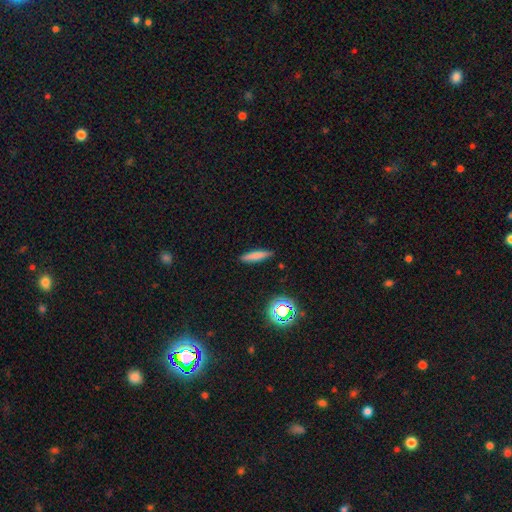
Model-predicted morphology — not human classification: Overall: smooth (73%). How rounded: cigar-shaped (84%). Merging: none (87%).